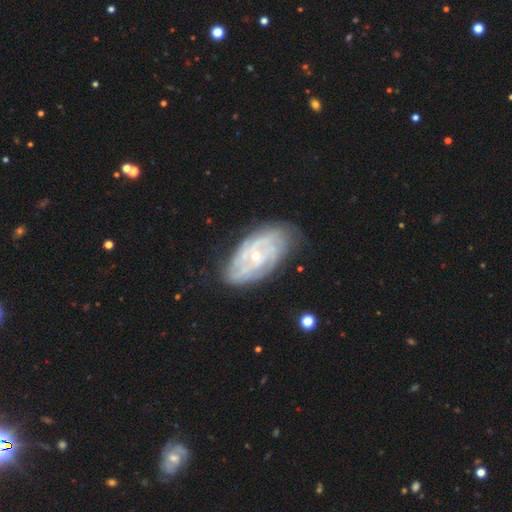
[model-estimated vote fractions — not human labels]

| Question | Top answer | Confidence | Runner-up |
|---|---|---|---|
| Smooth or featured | featured or disk | 83% | smooth (11%) |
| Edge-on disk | no | 95% | yes (5%) |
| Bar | no | 69% | weak (24%) |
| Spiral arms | yes | 92% | no (8%) |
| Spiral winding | tight | 67% | medium (26%) |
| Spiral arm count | can't tell | 39% | 2 (21%) |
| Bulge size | small | 71% | moderate (26%) |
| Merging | none | 71% | minor disturbance (20%) |